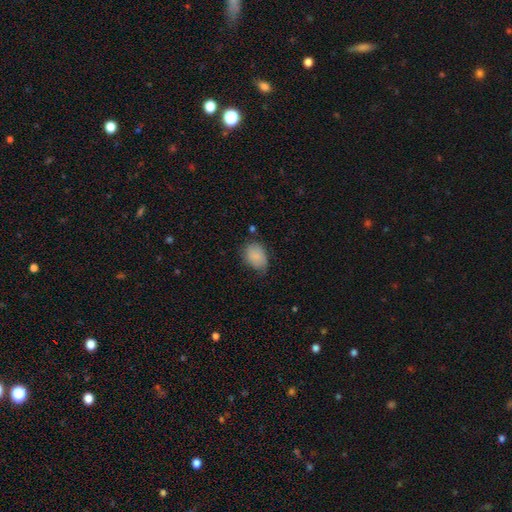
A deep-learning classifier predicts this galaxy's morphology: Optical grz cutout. It shows a smooth galaxy with no disk features (82%) that is in between round and cigar-shaped (76%). Merging: none (56%).